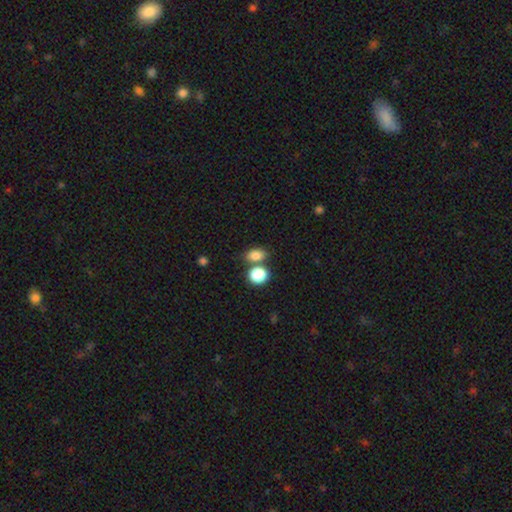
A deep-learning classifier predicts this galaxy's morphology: Overall: smooth (83%). How rounded: in between (64%; round 34%). Merging: none (54%; merger 32%).